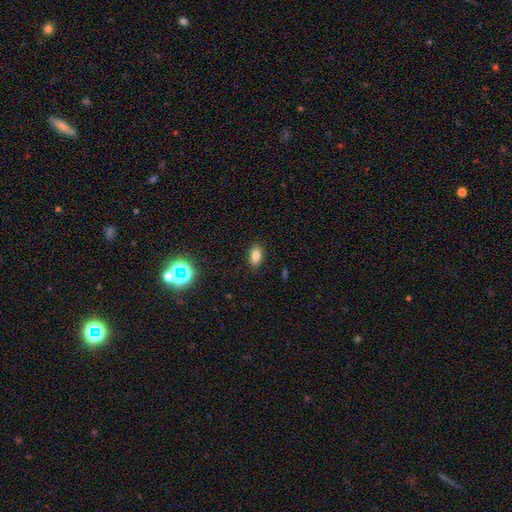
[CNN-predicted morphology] This appears to be a smooth galaxy with no disk features (82%) that is in between round and cigar-shaped (89%). Merging: none (88%).